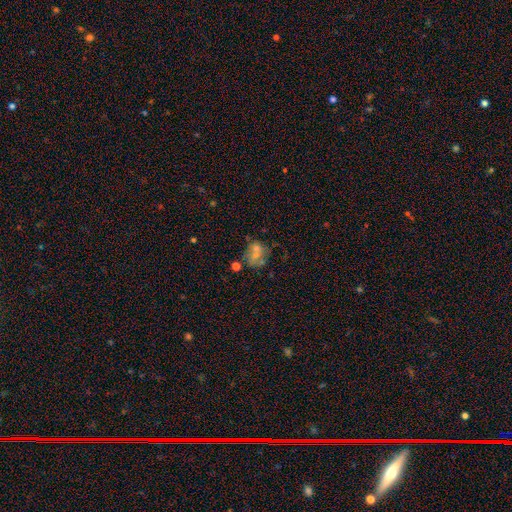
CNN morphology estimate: Smooth or featured?
  - smooth: 50% *
  - featured or disk: 36%
  - star or artifact: 13%
How rounded?
  - round: 54% *
  - in between: 45%
  - cigar-shaped: 1%
Merging?
  - none: 35% *
  - merger: 34%
  - minor disturbance: 17%
  - major disturbance: 14%